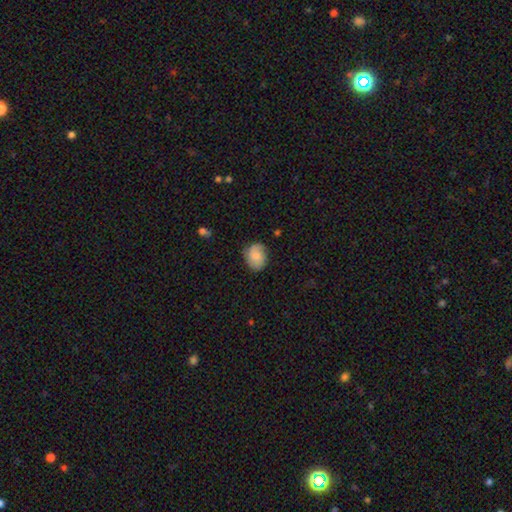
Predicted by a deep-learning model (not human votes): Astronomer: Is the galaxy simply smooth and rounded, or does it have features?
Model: smooth — 74%.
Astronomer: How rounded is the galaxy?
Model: round — 52% (runner-up: in between, 47%).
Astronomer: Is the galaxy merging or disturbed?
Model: none — 73%.